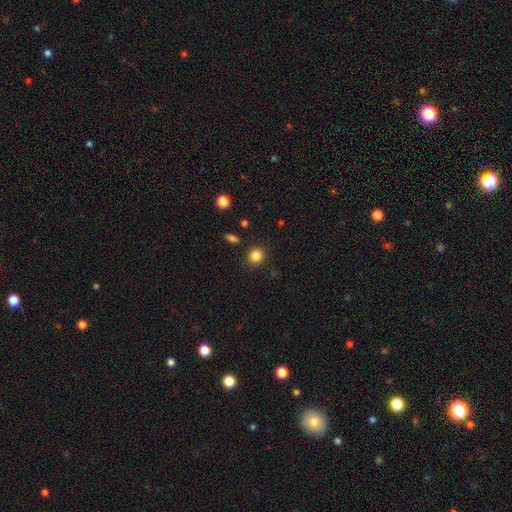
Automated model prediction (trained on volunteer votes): Morphology: type=smooth (84%); roundness=round (89%); merging=none (88%).